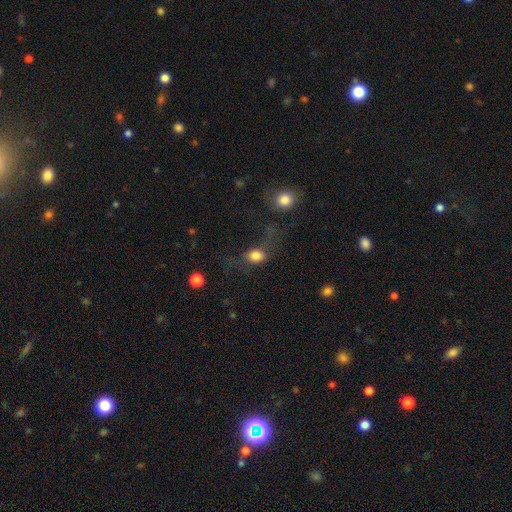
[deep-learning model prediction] A smooth galaxy with no disk features (79%) that is in between round and cigar-shaped (59%). Merging: none (42%).